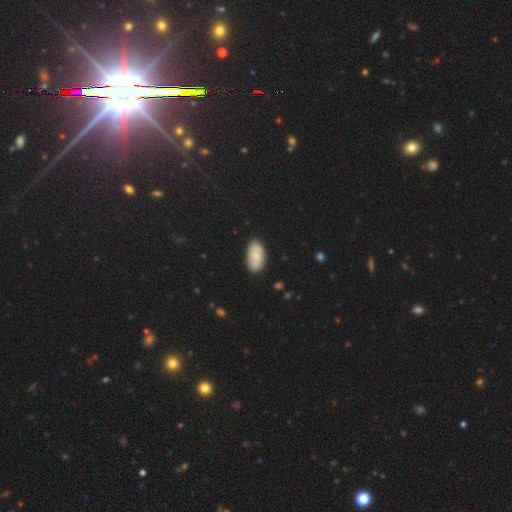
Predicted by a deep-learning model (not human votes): A smooth galaxy with no disk features (70%) that is in between round and cigar-shaped (94%).

Vote fractions:
- Smooth or featured? smooth: 70% / featured or disk: 23% / star or artifact: 7%
- How rounded? in between: 94% / round: 4% / cigar-shaped: 2%
- Merging? none: 81% / minor disturbance: 14% / major disturbance: 3% / merger: 2%